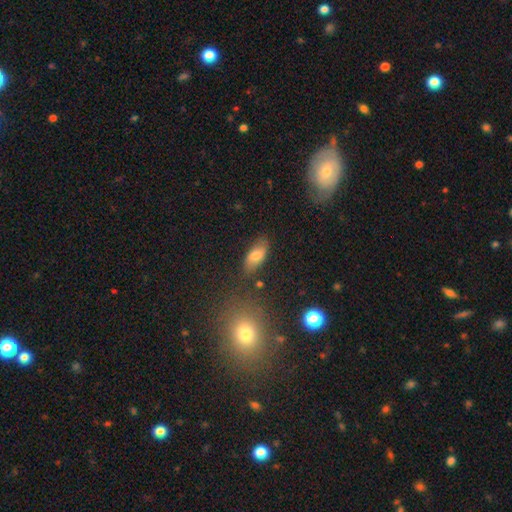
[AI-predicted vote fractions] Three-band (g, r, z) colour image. It shows a smooth galaxy with no disk features (76%) that is in between round and cigar-shaped (87%). Merging: none (75%).